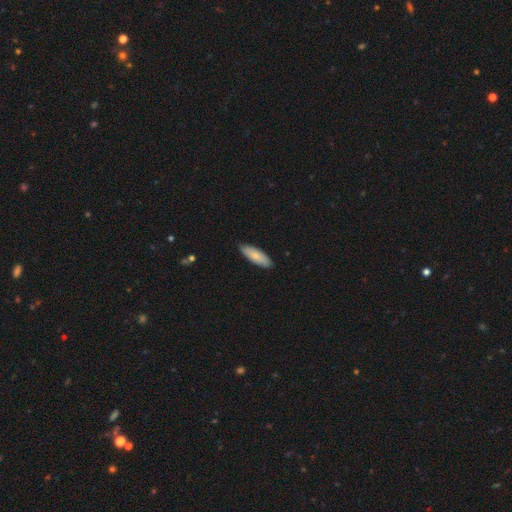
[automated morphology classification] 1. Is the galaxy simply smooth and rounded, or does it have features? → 79% smooth, 15% featured or disk, 5% star or artifact.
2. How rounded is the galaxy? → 61% in between, 37% cigar-shaped, 2% round.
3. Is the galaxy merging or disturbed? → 87% none, 11% minor disturbance, 2% major disturbance, 1% merger.